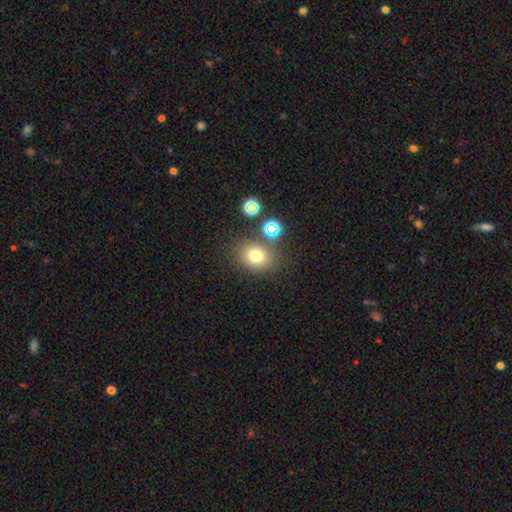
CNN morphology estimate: Smooth or featured? smooth (74%)
How rounded? round (59%)
Merging? none (74%)